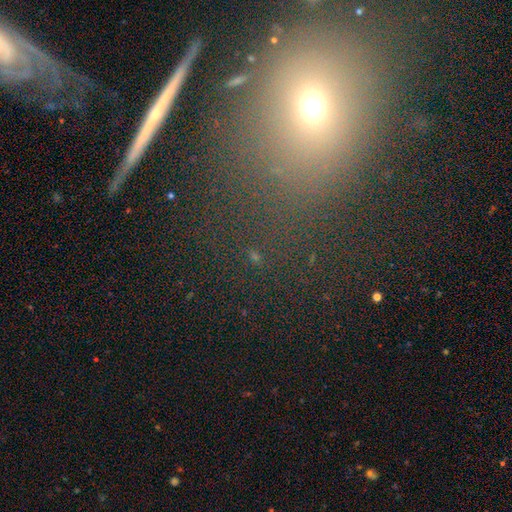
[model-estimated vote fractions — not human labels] Overall: star or artifact (51%; smooth 35%).